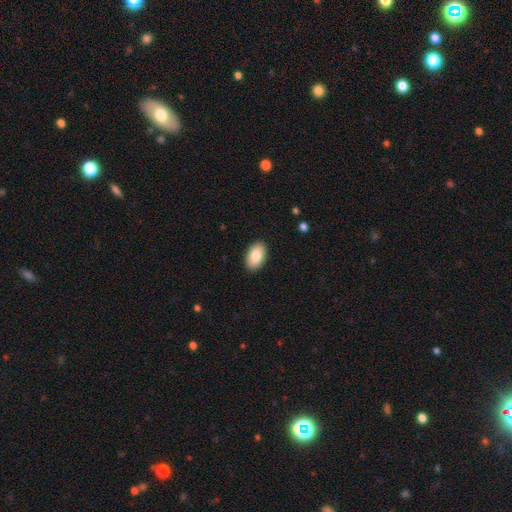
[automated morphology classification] smooth 86%, featured or disk 8%, star or artifact 6%. Down the decision tree: how rounded — in between (94%); merging — none (90%).